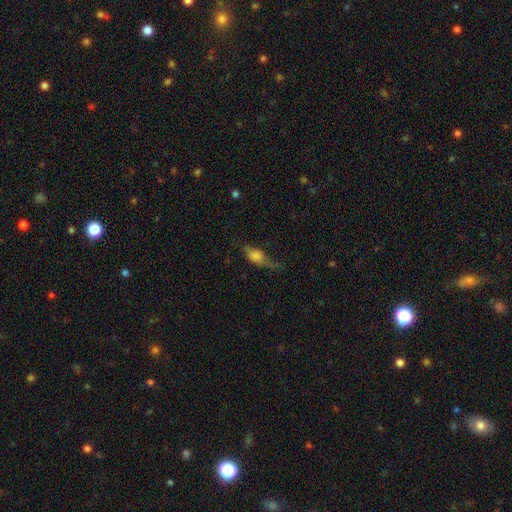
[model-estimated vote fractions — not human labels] A smooth galaxy with no disk features (58%) that is in between round and cigar-shaped (73%).

Vote fractions:
- Smooth or featured? smooth: 58% / featured or disk: 32% / star or artifact: 10%
- How rounded? in between: 73% / cigar-shaped: 16% / round: 11%
- Merging? major disturbance: 36% / none: 33% / minor disturbance: 28% / merger: 3%